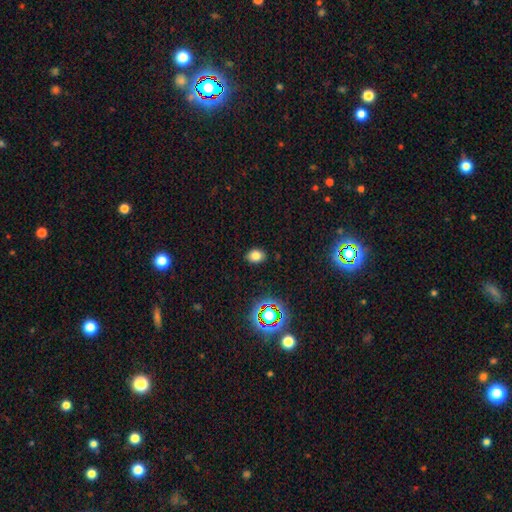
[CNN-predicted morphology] smooth 78%, star or artifact 15%, featured or disk 7%. Down the decision tree: how rounded — in between (68%); merging — none (86%).